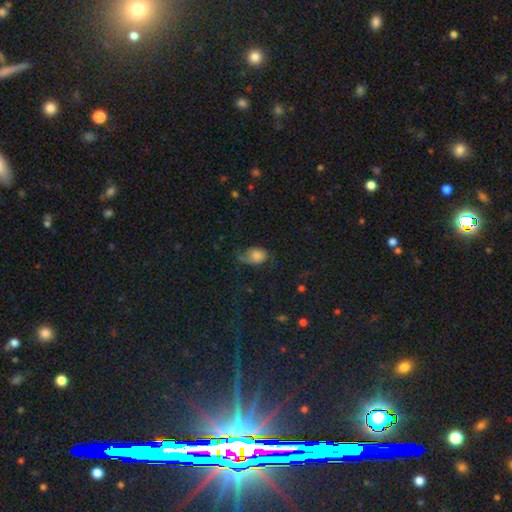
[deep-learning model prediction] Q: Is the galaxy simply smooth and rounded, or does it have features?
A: smooth — 72%.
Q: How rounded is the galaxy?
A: in between — 73%.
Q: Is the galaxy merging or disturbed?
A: none — 39%.